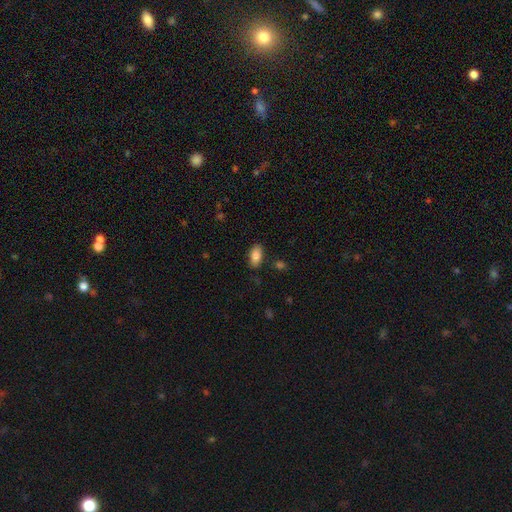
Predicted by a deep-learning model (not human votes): Morphology: type=smooth (85%); roundness=in between (92%); merging=none (85%).